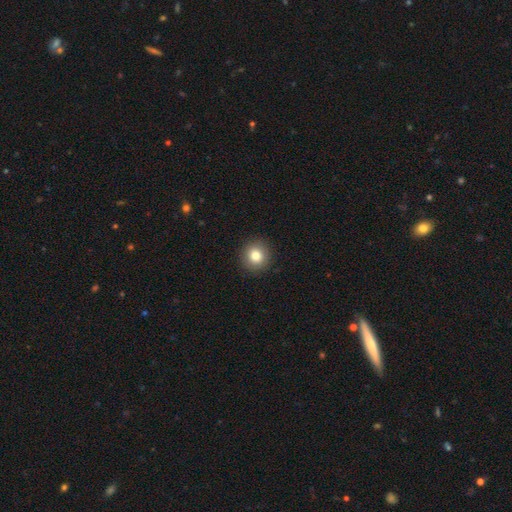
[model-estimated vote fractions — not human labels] This is clearly a smooth galaxy (81%). How rounded: clearly round (91%). Merging: clearly none (92%).